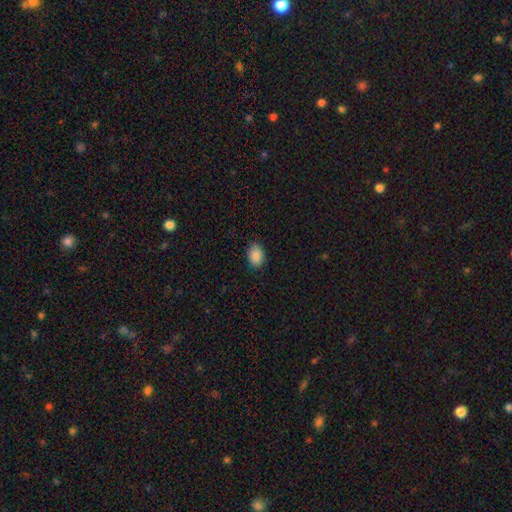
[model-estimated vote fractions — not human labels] Morphology: type=smooth (89%); roundness=in between (77%); merging=none (85%).